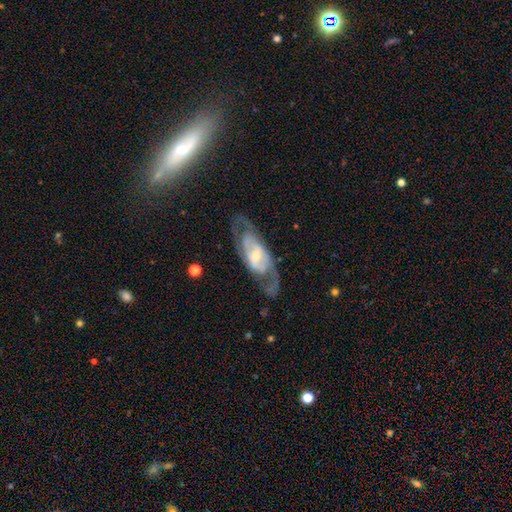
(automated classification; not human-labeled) Overall: featured or disk (82%). Edge-on disk: no (89%). Bar: weak (44%; no 29%). Spiral arms: yes (85%). Spiral arm count: 2 (74%). Spiral winding: medium (47%; tight 33%). Bulge size: small (57%; moderate 34%). Merging: none (67%).